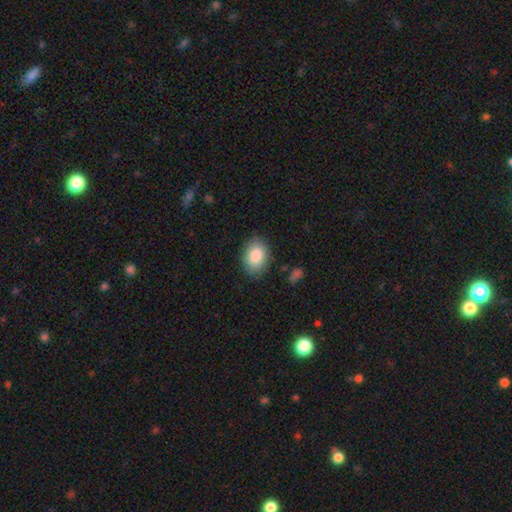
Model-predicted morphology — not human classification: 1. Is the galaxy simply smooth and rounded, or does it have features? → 86% smooth, 7% star or artifact, 7% featured or disk.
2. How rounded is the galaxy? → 80% in between, 19% round, 1% cigar-shaped.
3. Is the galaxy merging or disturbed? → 84% none, 12% minor disturbance, 3% major disturbance, 1% merger.